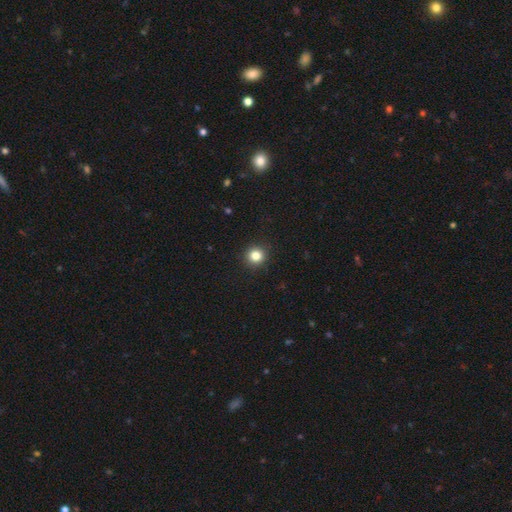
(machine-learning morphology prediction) smooth-or-featured: smooth: 83% | star or artifact: 12% | featured or disk: 5%
  how-rounded: round: 93% | in between: 6% | cigar-shaped: 1%
  merging: none: 92% | minor disturbance: 5% | major disturbance: 2% | merger: 1%